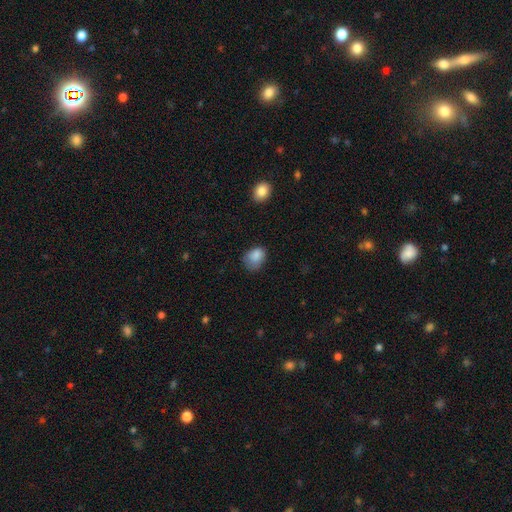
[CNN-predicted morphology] type=smooth (84%); roundness=in between (63%); merging=none (52%).